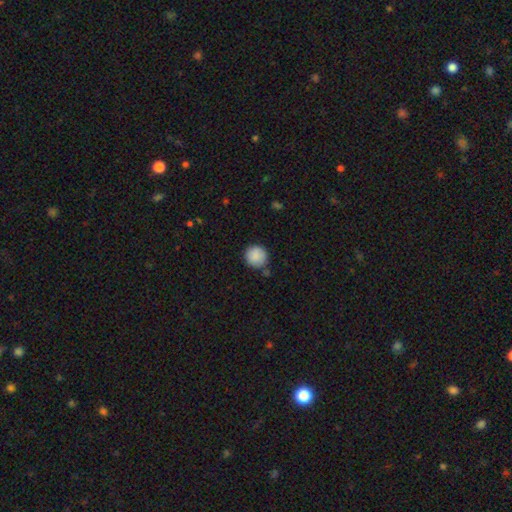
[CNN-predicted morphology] A smooth galaxy with no disk features (88%) that is round (94%). Merging: none (83%).